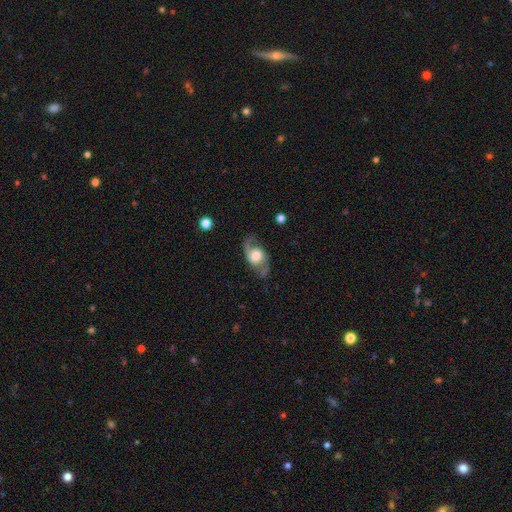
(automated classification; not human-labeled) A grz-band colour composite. It shows a featured or disk galaxy (71%) with no bar (64%), 2 (89%) loose (45%) spiral arms (82%) and a large central bulge (53%). Merging: none (72%).